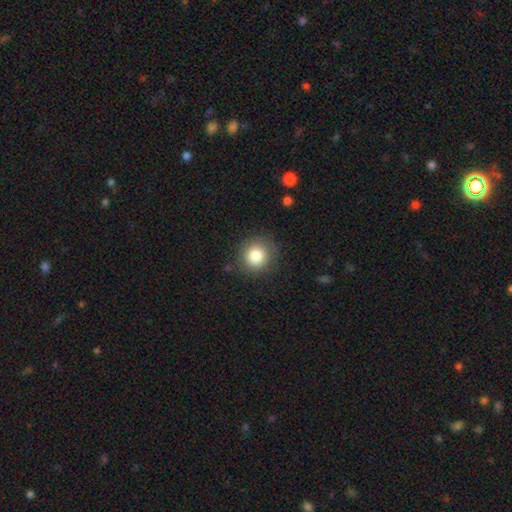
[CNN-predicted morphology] smooth_or_featured: smooth (p=0.82) [alt: star or artifact p=0.10]
how_rounded: round (p=0.91) [alt: in between p=0.08]
merging: none (p=0.85) [alt: minor disturbance p=0.10]